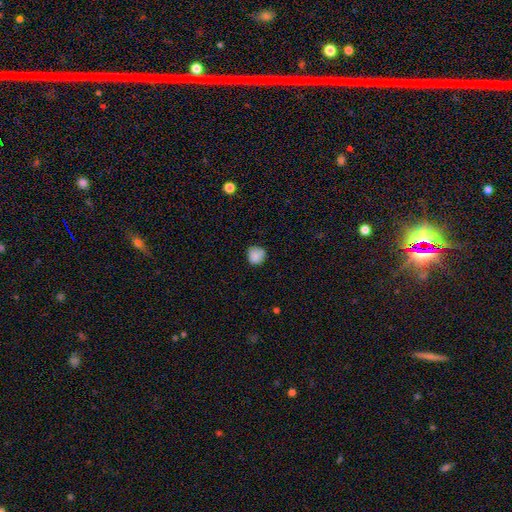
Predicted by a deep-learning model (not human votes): The model was most divided on "merging": none: 79%, minor disturbance: 17%, major disturbance: 3%, merger: 1%. More confident: how rounded — round (89%); smooth or featured — smooth (86%).